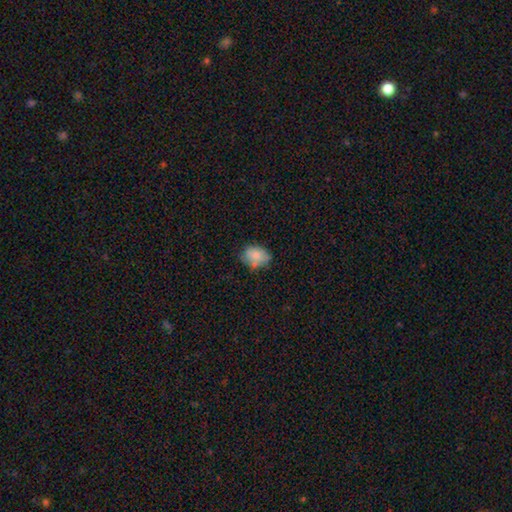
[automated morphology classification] smooth_or_featured: smooth (p=0.80) [alt: featured or disk p=0.11]
how_rounded: in between (p=0.72) [alt: round p=0.27]
merging: none (p=0.65) [alt: minor disturbance p=0.23]